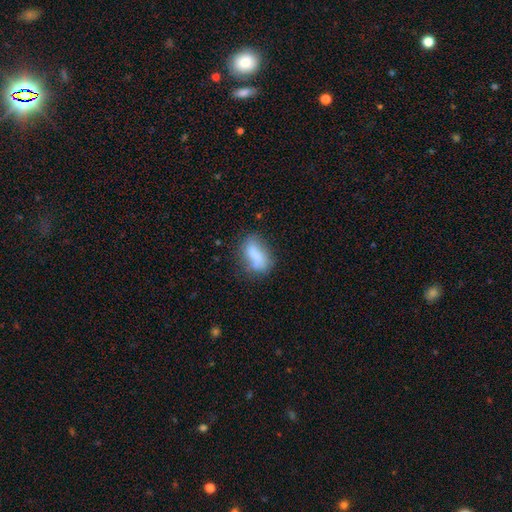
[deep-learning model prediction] Overall: smooth (73%). How rounded: in between (85%). Merging: none (51%; minor disturbance 27%).